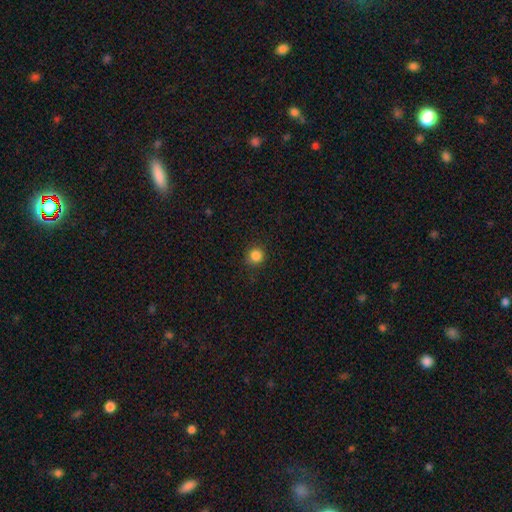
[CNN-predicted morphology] Overall: smooth (85%). How rounded: round (93%). Merging: none (89%).